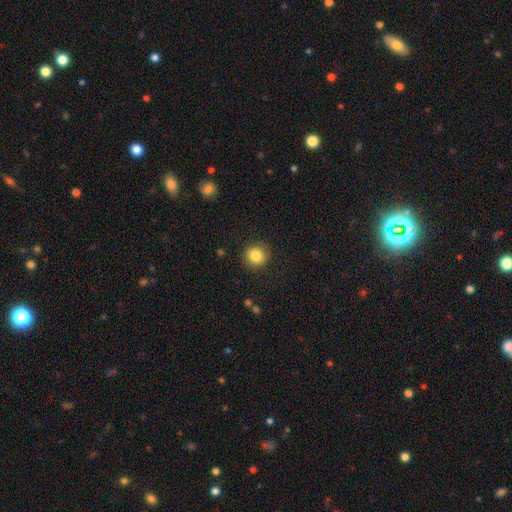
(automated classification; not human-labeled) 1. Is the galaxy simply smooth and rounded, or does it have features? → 84% smooth, 10% star or artifact, 6% featured or disk.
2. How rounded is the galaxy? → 92% round, 8% in between, 1% cigar-shaped.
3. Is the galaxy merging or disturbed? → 90% none, 6% minor disturbance, 2% major disturbance, 1% merger.